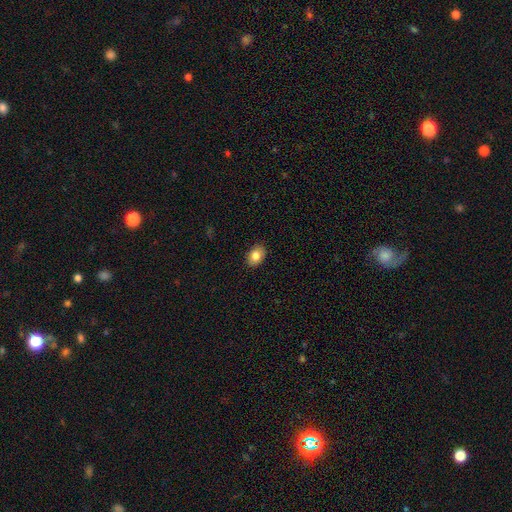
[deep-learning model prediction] smooth-or-featured: smooth: 83% | featured or disk: 9% | star or artifact: 8%
  how-rounded: in between: 77% | round: 22% | cigar-shaped: 1%
  merging: none: 89% | minor disturbance: 9% | major disturbance: 2% | merger: 1%